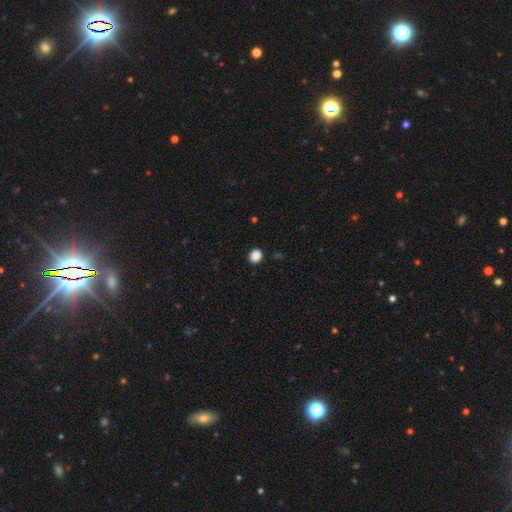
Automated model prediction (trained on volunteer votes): Q: Smooth or featured?
A: smooth (88%); runner-up: star or artifact (10%)
Q: How rounded?
A: round (64%); runner-up: in between (35%)
Q: Merging?
A: none (91%); runner-up: minor disturbance (6%)